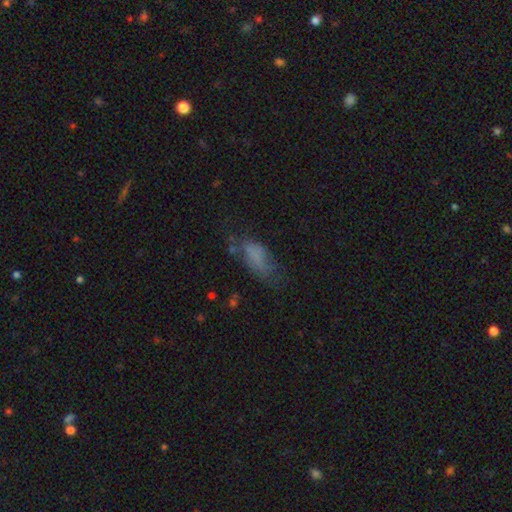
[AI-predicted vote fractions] The model was most divided on "merging": none: 40%, minor disturbance: 29%, major disturbance: 26%, merger: 5%. More confident: how rounded — in between (84%); smooth or featured — smooth (66%).